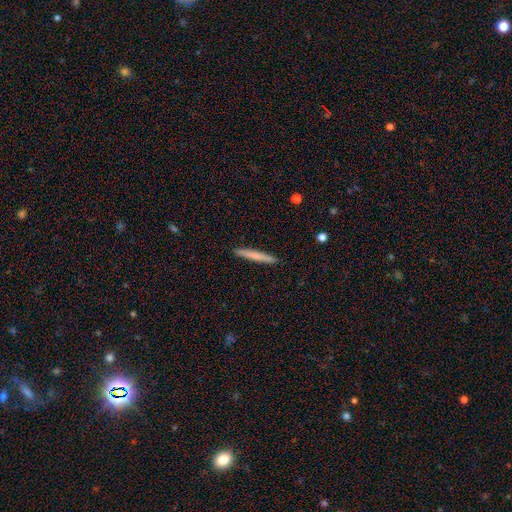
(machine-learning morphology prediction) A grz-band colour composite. It shows a smooth galaxy with no disk features (71%) that is cigar-shaped (97%). Merging: none (92%).